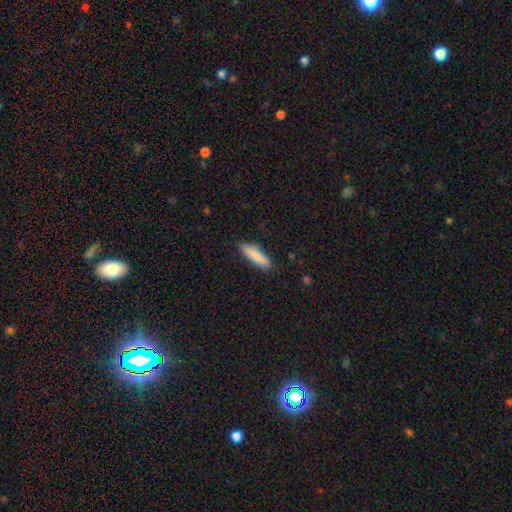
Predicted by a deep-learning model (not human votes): A smooth galaxy with no disk features (85%) that is cigar-shaped (68%). Merging: none (85%).